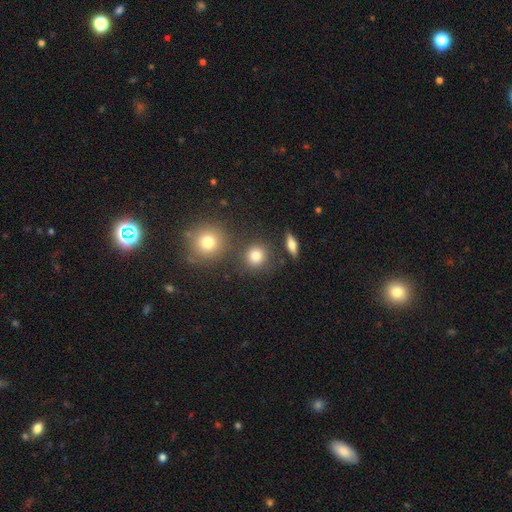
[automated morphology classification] Smooth or featured: smooth — 80% (star or artifact — 13%)
How rounded: round — 88% (in between — 11%)
Merging: none — 78% (merger — 9%)